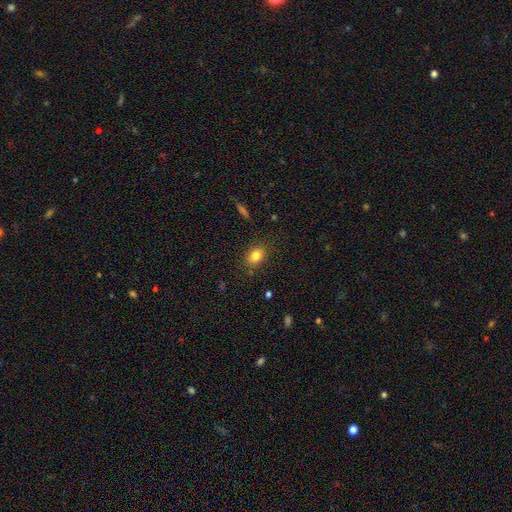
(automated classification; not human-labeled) Smooth or featured?
  - smooth: 81% *
  - star or artifact: 11%
  - featured or disk: 8%
How rounded?
  - in between: 62% *
  - round: 36%
  - cigar-shaped: 2%
Merging?
  - none: 82% *
  - minor disturbance: 13%
  - major disturbance: 3%
  - merger: 1%